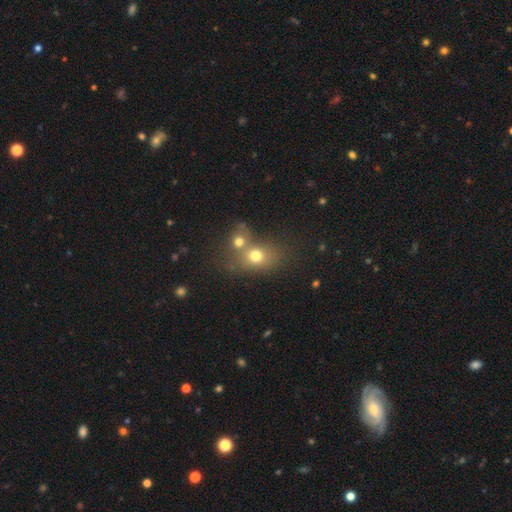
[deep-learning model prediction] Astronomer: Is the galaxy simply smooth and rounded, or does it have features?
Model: smooth — 70%.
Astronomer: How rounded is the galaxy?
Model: round — 56% (runner-up: in between, 43%).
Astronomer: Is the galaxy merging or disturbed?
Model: merger — 50% (runner-up: none, 36%).